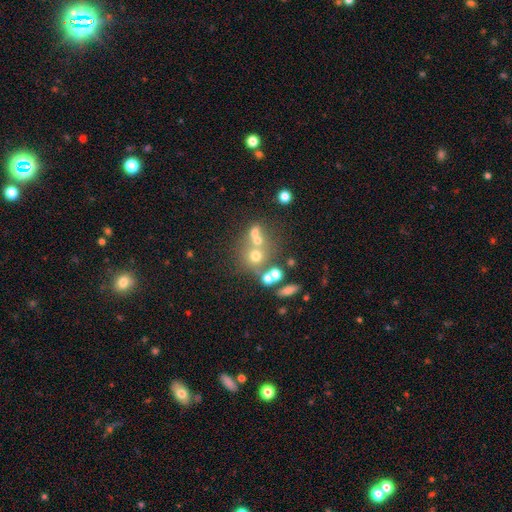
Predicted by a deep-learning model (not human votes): The model was most divided on "merging": none: 47%, merger: 38%, minor disturbance: 10%, major disturbance: 6%. More confident: how rounded — round (82%); smooth or featured — smooth (57%).